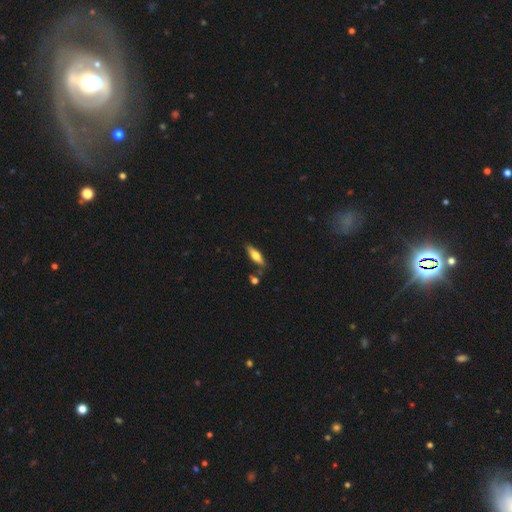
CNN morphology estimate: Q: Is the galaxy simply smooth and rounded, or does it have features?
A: smooth — 58%.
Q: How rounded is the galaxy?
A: cigar-shaped — 54%.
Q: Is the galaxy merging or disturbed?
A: none — 78%.